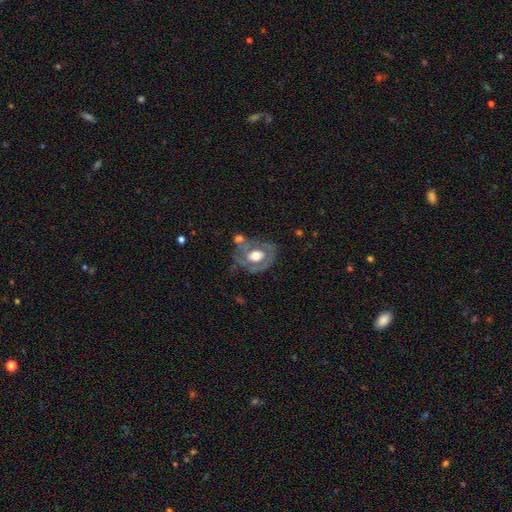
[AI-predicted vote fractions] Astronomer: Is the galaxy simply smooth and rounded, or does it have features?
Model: featured or disk — 66%.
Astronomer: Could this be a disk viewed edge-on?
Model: no — 95%.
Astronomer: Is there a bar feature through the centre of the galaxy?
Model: no — 74%.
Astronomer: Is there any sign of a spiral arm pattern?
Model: yes — 53% (runner-up: no, 47%).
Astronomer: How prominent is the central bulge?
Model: moderate — 49% (runner-up: large, 42%).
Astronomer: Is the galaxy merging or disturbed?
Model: none — 50%.